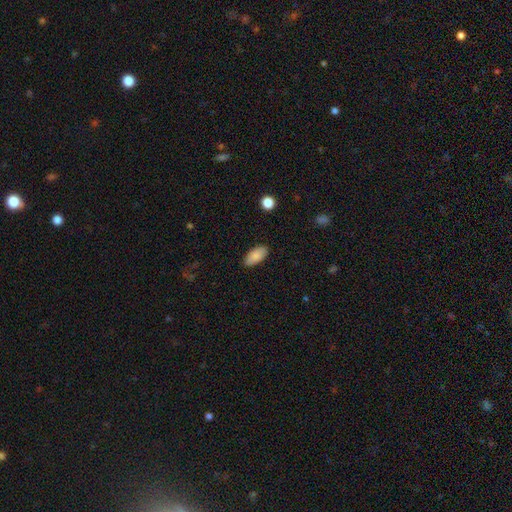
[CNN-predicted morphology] A smooth galaxy with no disk features (87%) that is in between round and cigar-shaped (92%). Merging: none (85%).